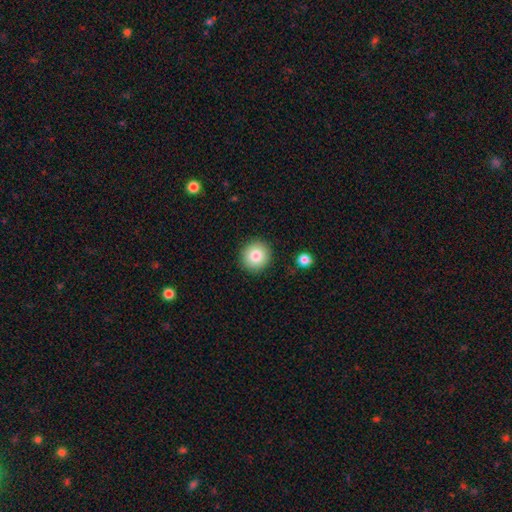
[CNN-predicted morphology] A smooth galaxy with no disk features (83%) that is round (93%).

Vote fractions:
- Smooth or featured? smooth: 83% / star or artifact: 9% / featured or disk: 8%
- How rounded? round: 93% / in between: 6% / cigar-shaped: 1%
- Merging? none: 90% / minor disturbance: 6% / major disturbance: 2% / merger: 2%